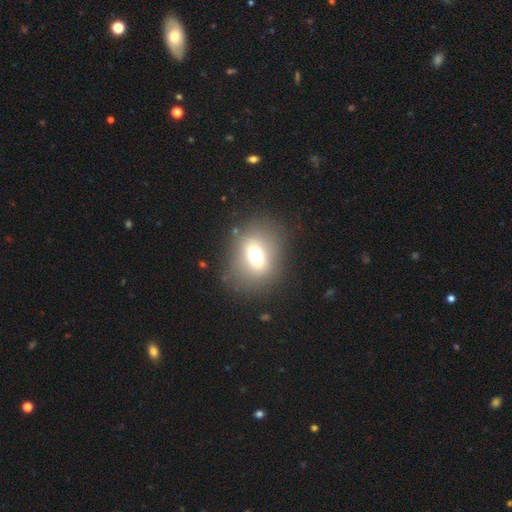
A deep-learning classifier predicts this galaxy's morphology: Smooth or featured?
  - smooth: 62% *
  - featured or disk: 21%
  - star or artifact: 17%
How rounded?
  - in between: 51% *
  - round: 48%
  - cigar-shaped: 2%
Merging?
  - none: 79% *
  - minor disturbance: 11%
  - major disturbance: 7%
  - merger: 4%